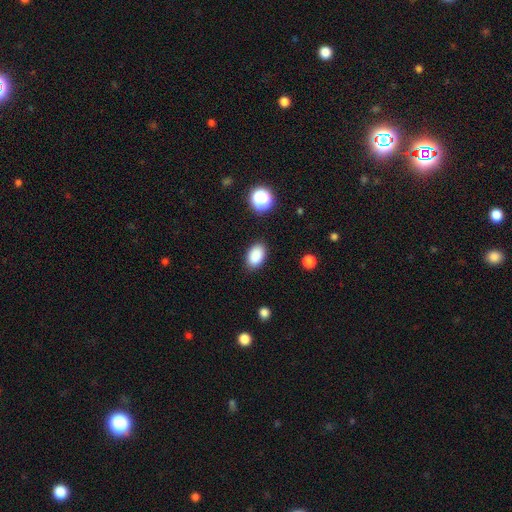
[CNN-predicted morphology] This appears to be a smooth galaxy with no disk features (88%) that is in between round and cigar-shaped (89%). Merging: none (87%).